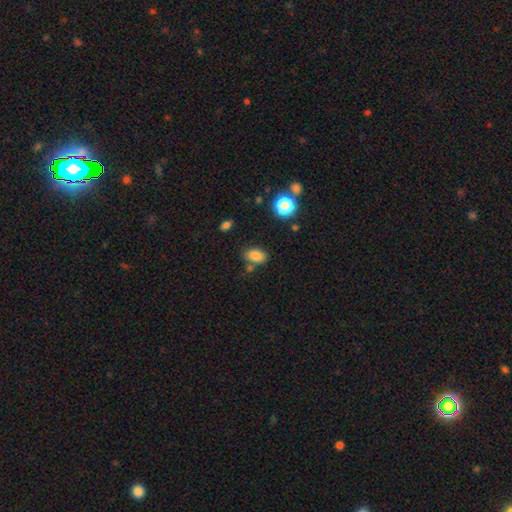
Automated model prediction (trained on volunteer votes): The model was most divided on "merging": none: 69%, minor disturbance: 15%, merger: 12%, major disturbance: 4%. More confident: how rounded — in between (84%); smooth or featured — smooth (82%).